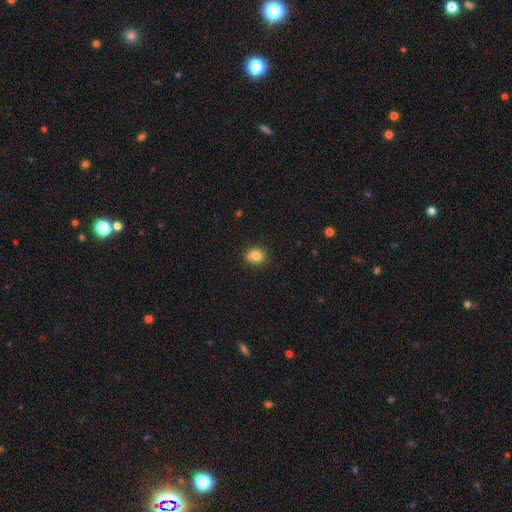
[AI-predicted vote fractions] smooth 82%, star or artifact 11%, featured or disk 8%. Down the decision tree: how rounded — round (76%); merging — none (79%).